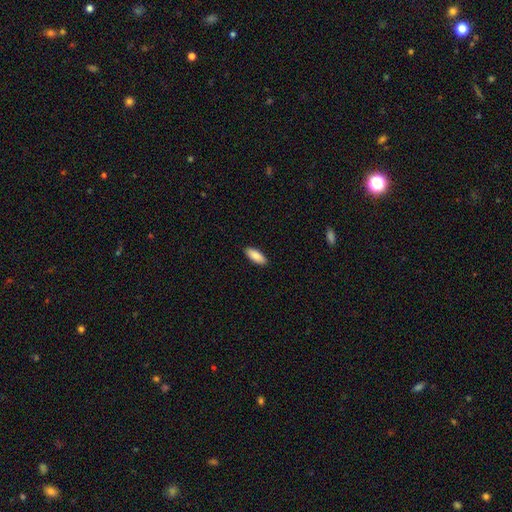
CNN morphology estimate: smooth_or_featured: smooth (p=0.88) [alt: featured or disk p=0.07]
how_rounded: in between (p=0.79) [alt: cigar-shaped p=0.19]
merging: none (p=0.90) [alt: minor disturbance p=0.08]